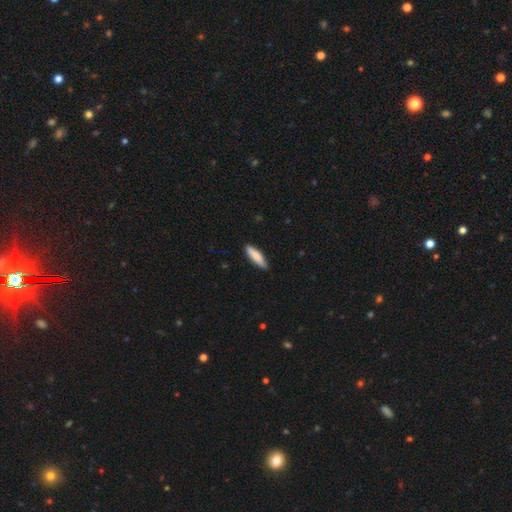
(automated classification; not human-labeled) Smooth or featured? smooth (79%)
How rounded? cigar-shaped (68%)
Merging? none (83%)